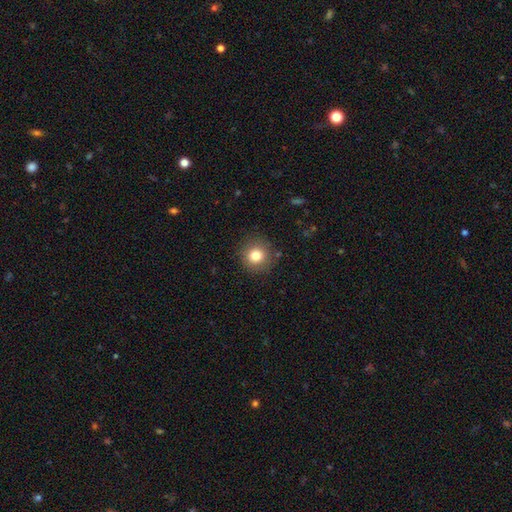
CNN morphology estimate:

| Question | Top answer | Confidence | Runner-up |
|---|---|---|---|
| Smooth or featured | smooth | 80% | star or artifact (11%) |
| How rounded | round | 93% | in between (6%) |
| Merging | none | 88% | minor disturbance (8%) |